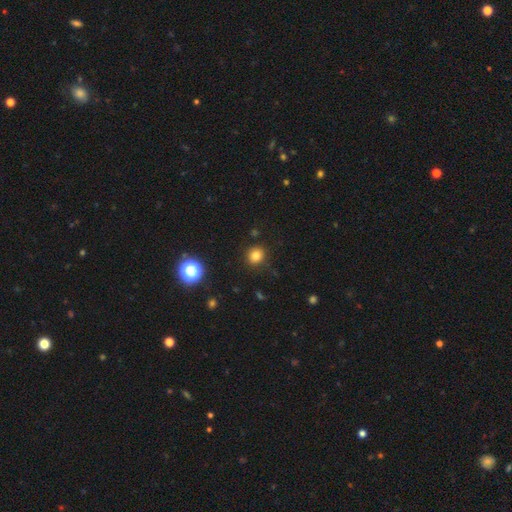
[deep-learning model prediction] smooth-or-featured: smooth: 79% | star or artifact: 14% | featured or disk: 6%
  how-rounded: round: 87% | in between: 12% | cigar-shaped: 1%
  merging: none: 89% | minor disturbance: 7% | major disturbance: 2% | merger: 1%